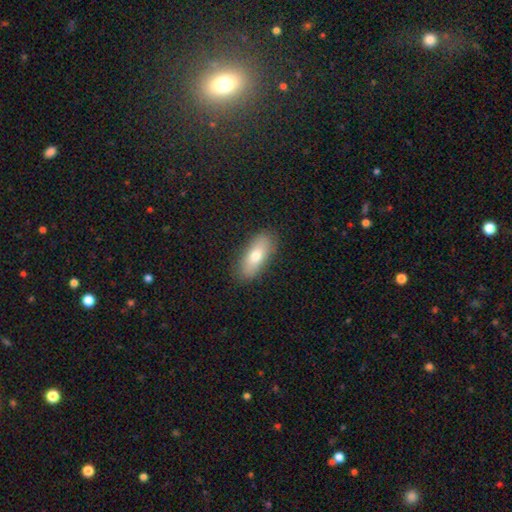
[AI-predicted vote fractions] Smooth or featured?
  - smooth: 75% *
  - featured or disk: 18%
  - star or artifact: 7%
How rounded?
  - in between: 78% *
  - cigar-shaped: 19%
  - round: 3%
Merging?
  - none: 87% *
  - minor disturbance: 10%
  - major disturbance: 2%
  - merger: 1%